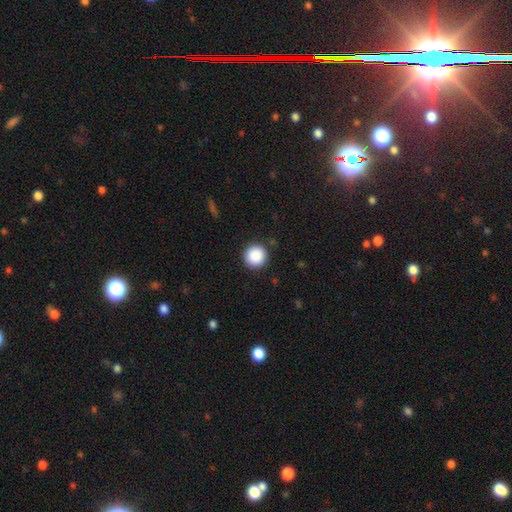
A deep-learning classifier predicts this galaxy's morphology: smooth_or_featured: smooth (p=0.89) [alt: star or artifact p=0.09]
how_rounded: round (p=0.95) [alt: in between p=0.04]
merging: none (p=0.91) [alt: minor disturbance p=0.06]